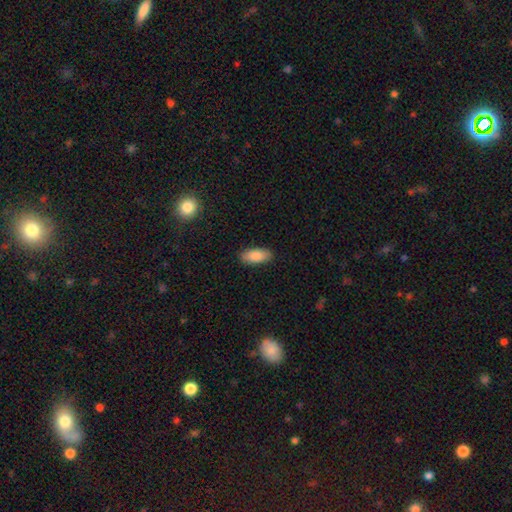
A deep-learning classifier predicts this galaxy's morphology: smooth 86%, featured or disk 8%, star or artifact 6%. Down the decision tree: how rounded — in between (88%); merging — none (89%).